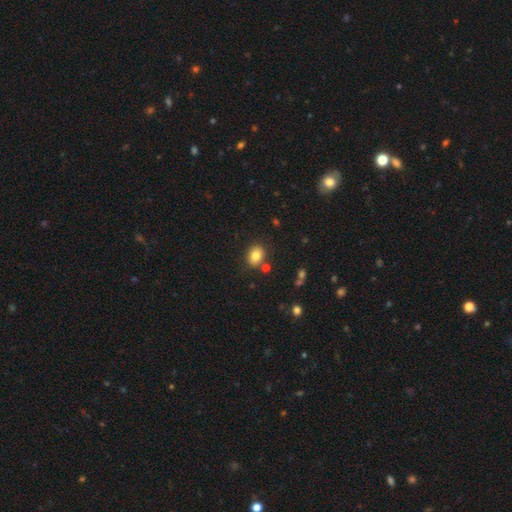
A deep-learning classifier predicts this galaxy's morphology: This appears to be a smooth galaxy with no disk features (83%) that is in between round and cigar-shaped (63%). Merging: none (80%).